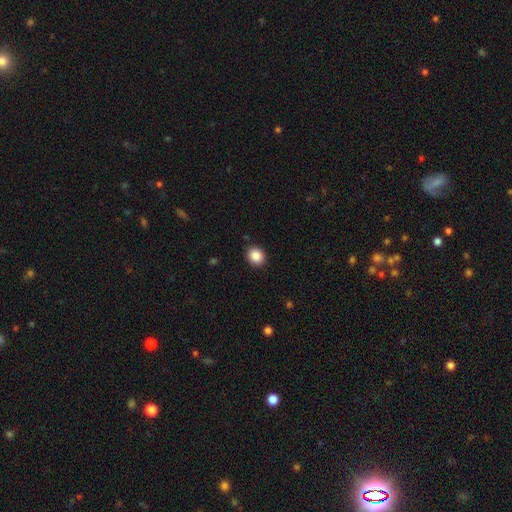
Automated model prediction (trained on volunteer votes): Overall: smooth (87%). How rounded: round (71%). Merging: none (90%).